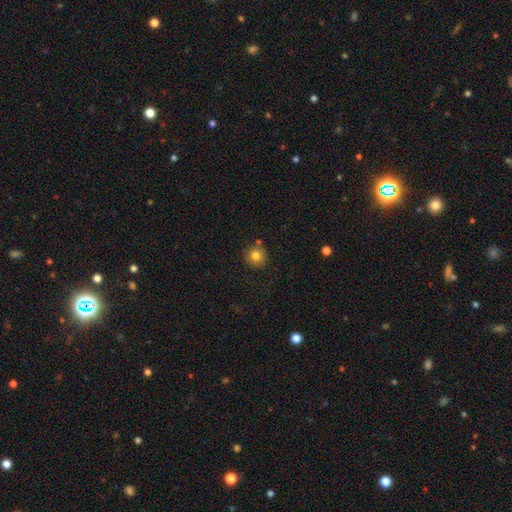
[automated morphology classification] The model was most divided on "smooth or featured": smooth: 81%, star or artifact: 11%, featured or disk: 8%. More confident: how rounded — round (93%); merging — none (83%).